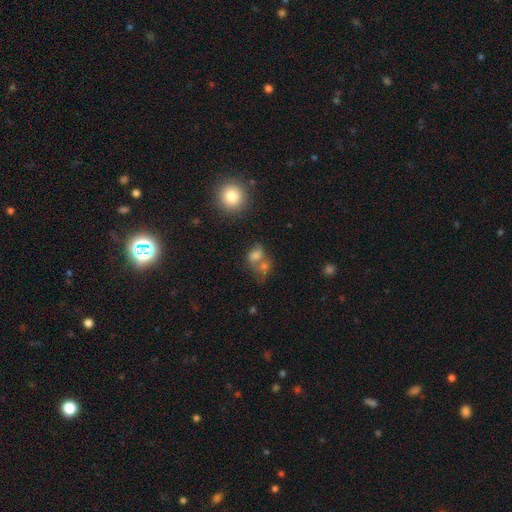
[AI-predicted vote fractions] This appears to be a smooth galaxy with no disk features (70%) that is in between round and cigar-shaped (65%). Merging: merger (51%).